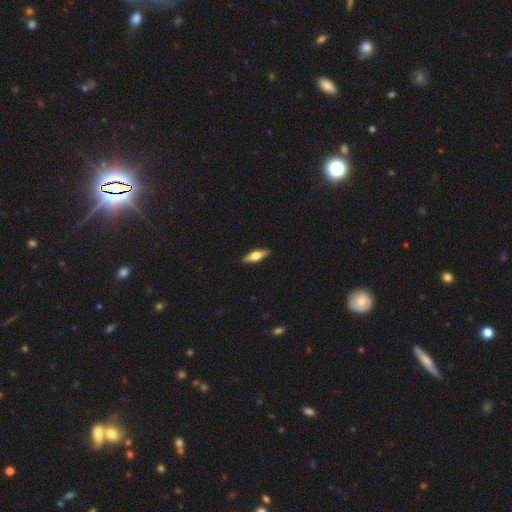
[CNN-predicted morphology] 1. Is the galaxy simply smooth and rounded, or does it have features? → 53% featured or disk, 42% smooth, 6% star or artifact.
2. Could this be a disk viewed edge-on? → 93% yes, 7% no.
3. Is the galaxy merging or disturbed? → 91% none, 7% minor disturbance, 1% major disturbance, 1% merger.